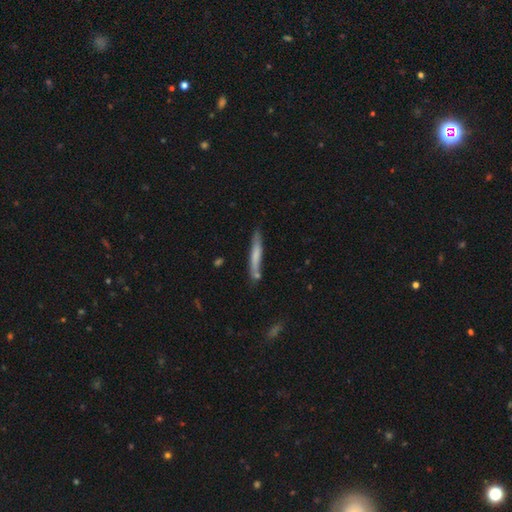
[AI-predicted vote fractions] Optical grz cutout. It shows a smooth galaxy with no disk features (60%) that is cigar-shaped (94%). Merging: none (73%).